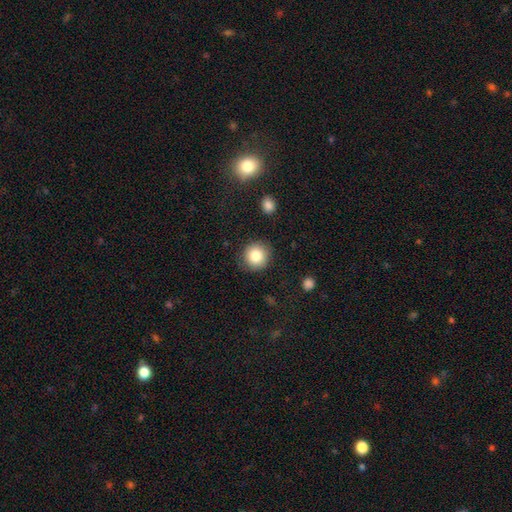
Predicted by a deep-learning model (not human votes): Smooth or featured? Predicted: smooth (p=0.84). How rounded? Predicted: round (p=0.92). Merging? Predicted: none (p=0.87).